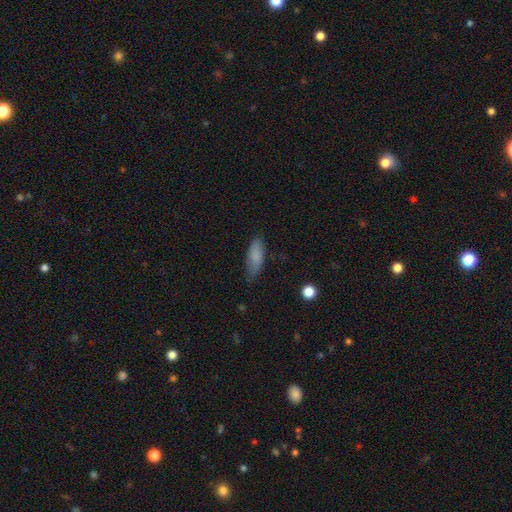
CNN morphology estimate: Smooth or featured: smooth — 83% (featured or disk — 11%)
How rounded: in between — 66% (cigar-shaped — 32%)
Merging: none — 75% (minor disturbance — 20%)